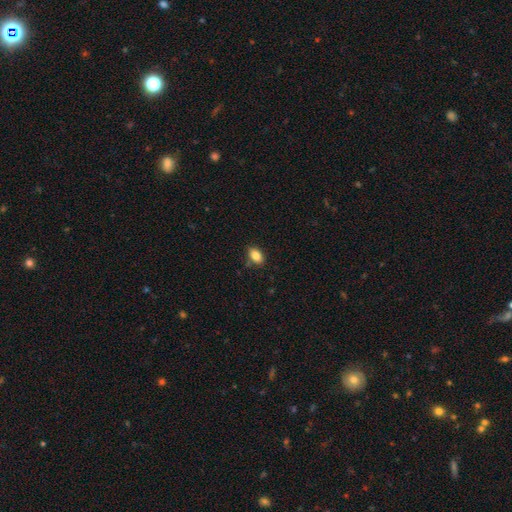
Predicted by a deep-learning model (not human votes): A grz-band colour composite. It shows a smooth galaxy with no disk features (85%) that is in between round and cigar-shaped (88%). Merging: none (83%).